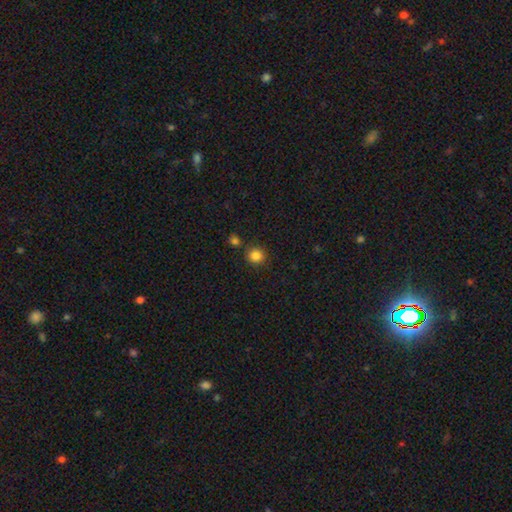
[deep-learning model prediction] Smooth or featured? smooth (85%)
How rounded? round (88%)
Merging? none (82%)